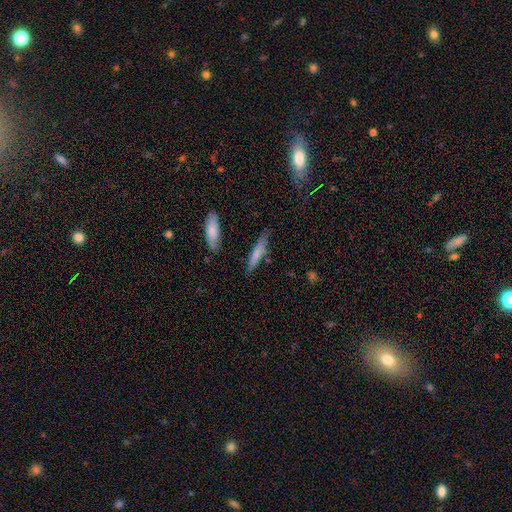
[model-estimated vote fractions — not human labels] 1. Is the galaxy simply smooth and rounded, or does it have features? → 67% smooth, 25% featured or disk, 7% star or artifact.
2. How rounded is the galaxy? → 87% cigar-shaped, 11% in between, 2% round.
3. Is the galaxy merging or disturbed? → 80% none, 14% minor disturbance, 3% merger, 3% major disturbance.